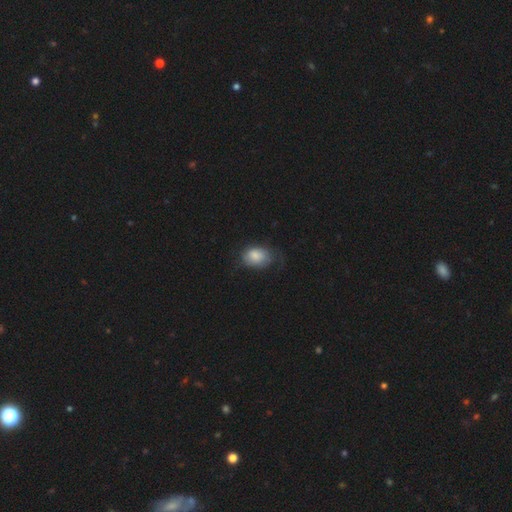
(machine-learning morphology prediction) smooth-or-featured: smooth: 76% | featured or disk: 17% | star or artifact: 7%
  how-rounded: in between: 79% | round: 19% | cigar-shaped: 1%
  merging: none: 48% | minor disturbance: 33% | major disturbance: 18% | merger: 2%